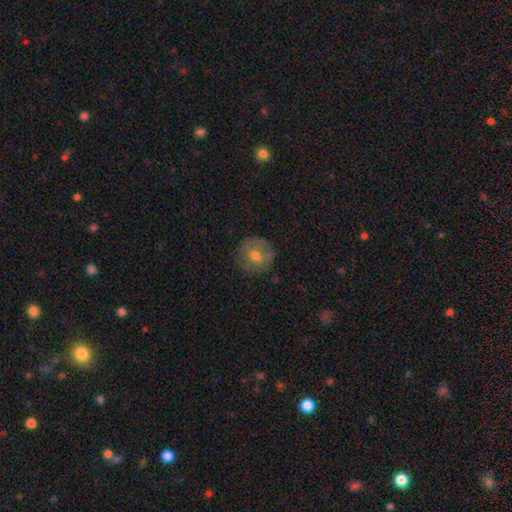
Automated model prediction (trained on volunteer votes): smooth_or_featured: smooth (p=0.61) [alt: featured or disk p=0.30]
how_rounded: round (p=0.92) [alt: in between p=0.07]
merging: none (p=0.81) [alt: minor disturbance p=0.14]